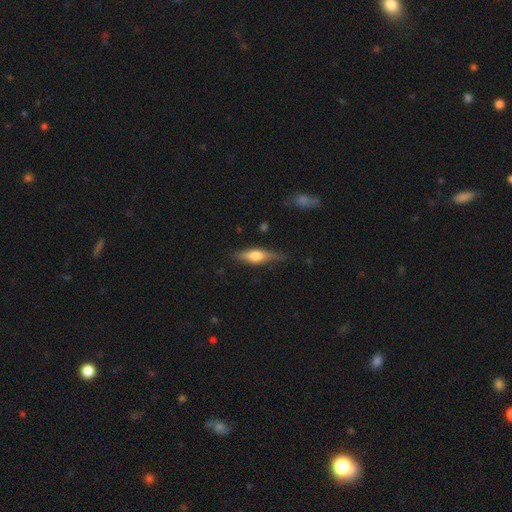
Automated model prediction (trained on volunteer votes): featured or disk 49%, smooth 45%, star or artifact 6%. Down the decision tree: merging — none (72%).